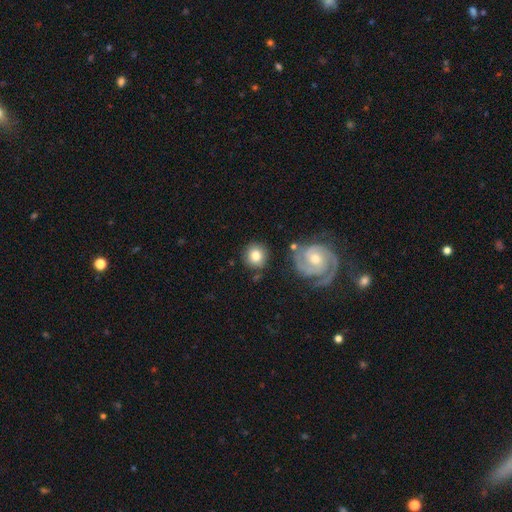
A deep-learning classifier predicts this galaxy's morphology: A smooth galaxy with no disk features (75%) that is round (91%).

Vote fractions:
- Smooth or featured? smooth: 75% / featured or disk: 17% / star or artifact: 7%
- How rounded? round: 91% / in between: 8% / cigar-shaped: 1%
- Merging? none: 80% / minor disturbance: 10% / merger: 6% / major disturbance: 4%